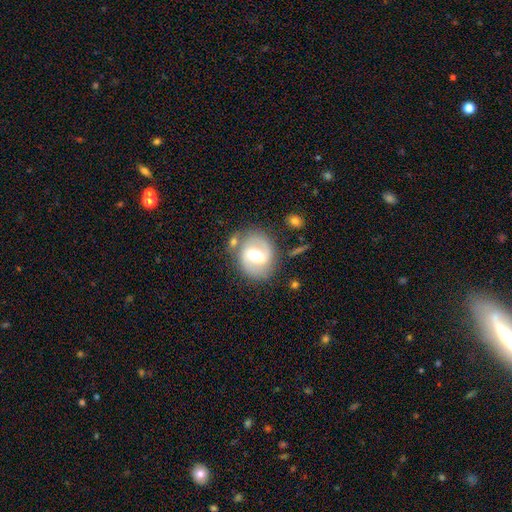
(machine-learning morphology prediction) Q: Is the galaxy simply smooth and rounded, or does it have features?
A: featured or disk — 70%.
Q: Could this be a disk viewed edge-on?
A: no — 96%.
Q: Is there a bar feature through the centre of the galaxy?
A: weak — 48%.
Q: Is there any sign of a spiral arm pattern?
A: yes — 78%.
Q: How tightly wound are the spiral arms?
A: medium — 48%.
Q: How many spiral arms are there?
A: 2 — 84%.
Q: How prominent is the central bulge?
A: moderate — 68%.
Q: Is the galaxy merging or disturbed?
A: none — 72%.